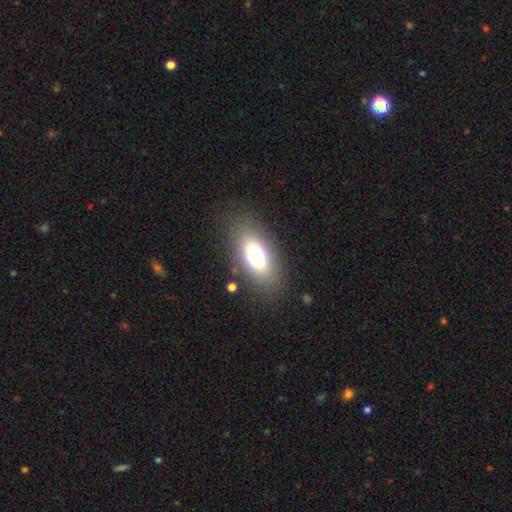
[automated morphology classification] A smooth galaxy with no disk features (73%) that is in between round and cigar-shaped (87%). Merging: none (82%).